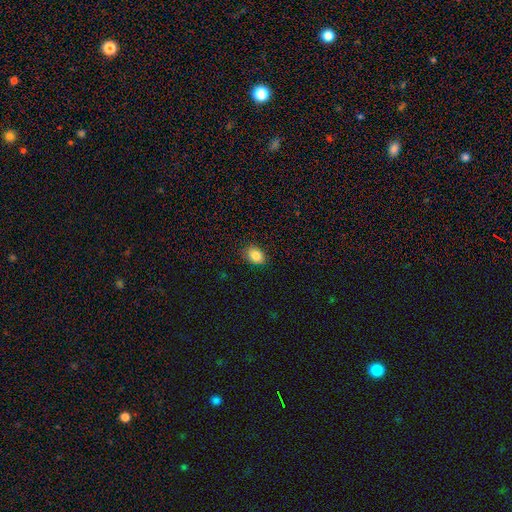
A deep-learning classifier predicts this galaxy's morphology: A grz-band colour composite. It shows a smooth galaxy with no disk features (85%) that is in between round and cigar-shaped (67%). Merging: none (86%).